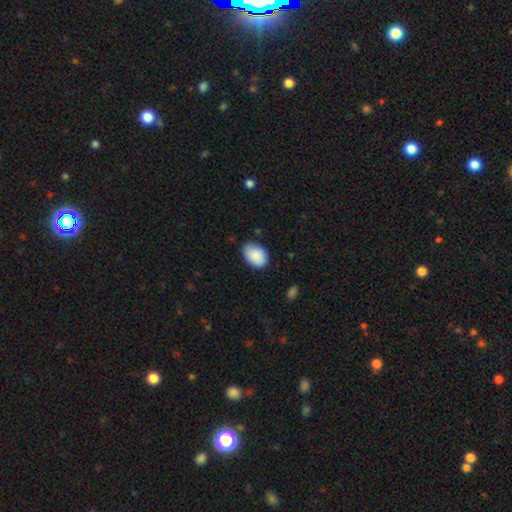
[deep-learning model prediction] This appears to be a smooth galaxy with no disk features (89%) that is in between round and cigar-shaped (80%). Merging: none (75%).